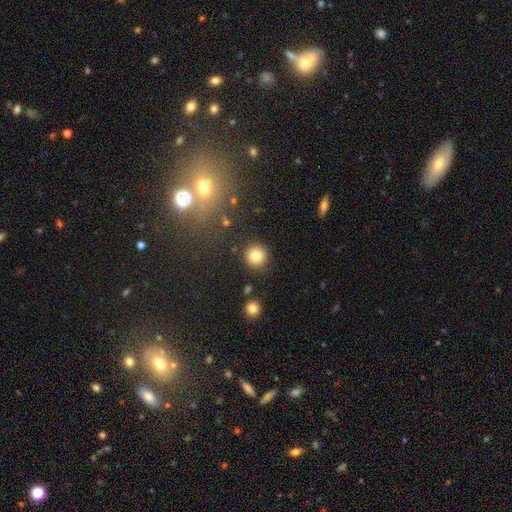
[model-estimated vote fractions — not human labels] Smooth or featured?
  - smooth: 83% *
  - star or artifact: 10%
  - featured or disk: 7%
How rounded?
  - round: 94% *
  - in between: 5%
  - cigar-shaped: 1%
Merging?
  - none: 88% *
  - minor disturbance: 7%
  - major disturbance: 3%
  - merger: 2%